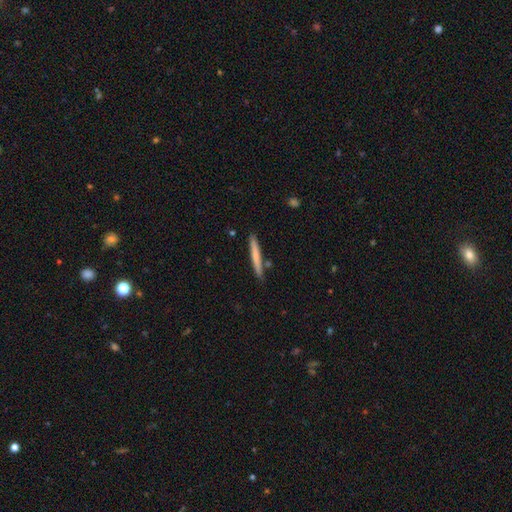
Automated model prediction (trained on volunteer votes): smooth-or-featured: smooth: 64% | featured or disk: 31% | star or artifact: 5%
  how-rounded: cigar-shaped: 96% | in between: 3% | round: 1%
  merging: none: 85% | minor disturbance: 10% | merger: 4% | major disturbance: 2%